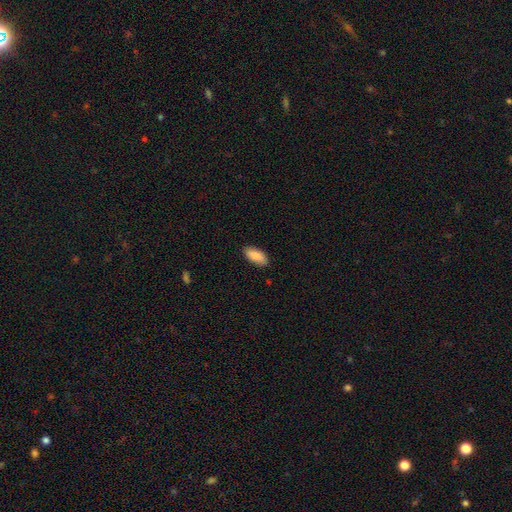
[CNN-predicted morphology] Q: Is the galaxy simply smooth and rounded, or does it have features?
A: smooth — 88%.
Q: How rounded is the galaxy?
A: in between — 85%.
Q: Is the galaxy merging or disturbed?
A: none — 88%.